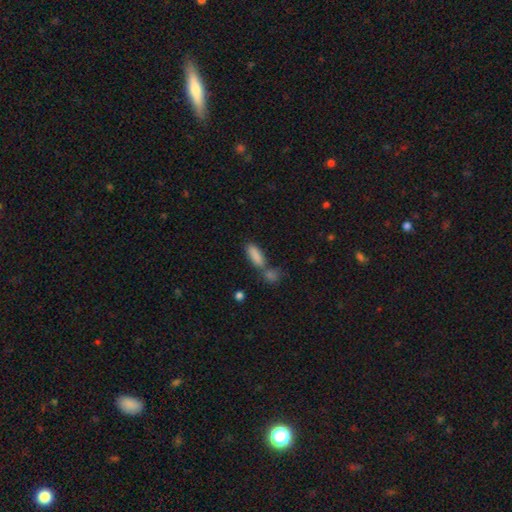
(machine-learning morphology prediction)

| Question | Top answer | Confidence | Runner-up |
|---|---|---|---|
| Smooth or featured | smooth | 87% | star or artifact (7%) |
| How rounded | in between | 63% | cigar-shaped (34%) |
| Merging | none | 52% | merger (31%) |